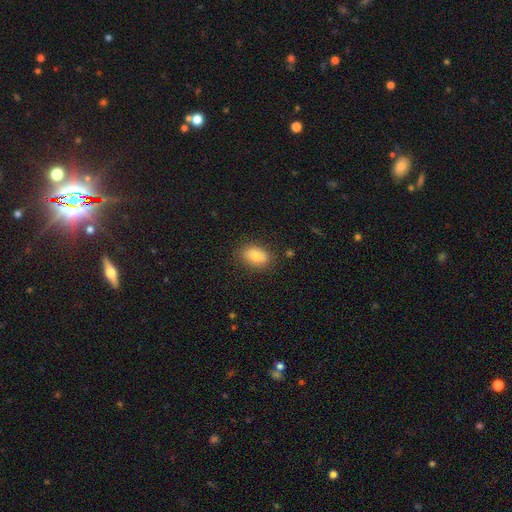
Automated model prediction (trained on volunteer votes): smooth_or_featured: smooth (p=0.83) [alt: featured or disk p=0.09]
how_rounded: in between (p=0.86) [alt: round p=0.13]
merging: none (p=0.82) [alt: minor disturbance p=0.13]